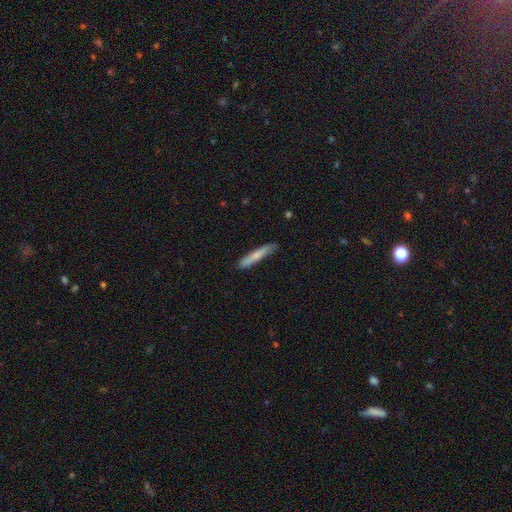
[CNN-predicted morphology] smooth 71%, featured or disk 24%, star or artifact 5%. Down the decision tree: how rounded — cigar-shaped (93%); merging — none (83%).